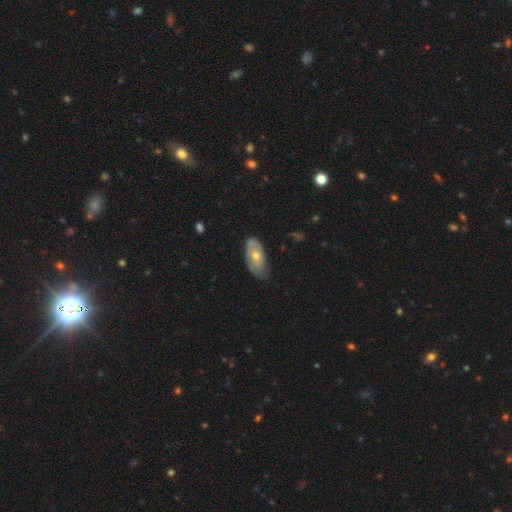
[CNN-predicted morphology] featured or disk 49%, smooth 44%, star or artifact 7%. Down the decision tree: merging — none (51%).